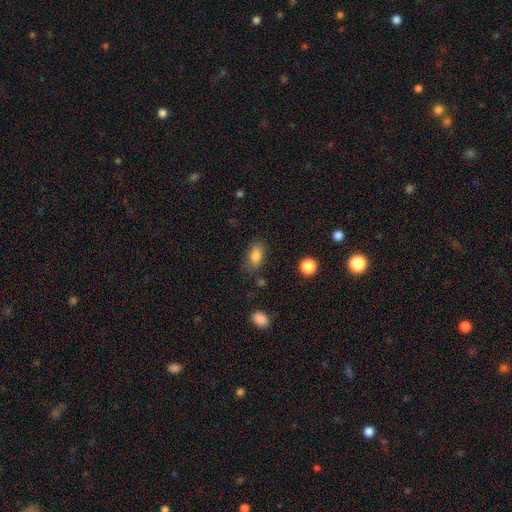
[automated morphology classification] smooth-or-featured: smooth: 83% | star or artifact: 9% | featured or disk: 7%
  how-rounded: in between: 87% | round: 8% | cigar-shaped: 4%
  merging: none: 75% | minor disturbance: 17% | major disturbance: 6% | merger: 3%